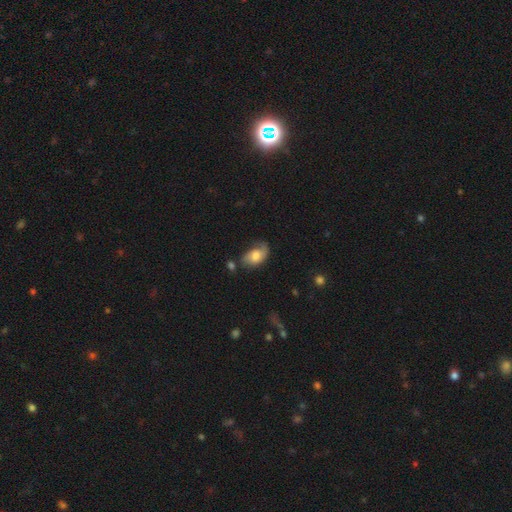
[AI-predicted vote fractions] The model was most divided on "merging": none: 47%, minor disturbance: 32%, major disturbance: 15%, merger: 6%. More confident: how rounded — in between (90%); smooth or featured — smooth (54%).